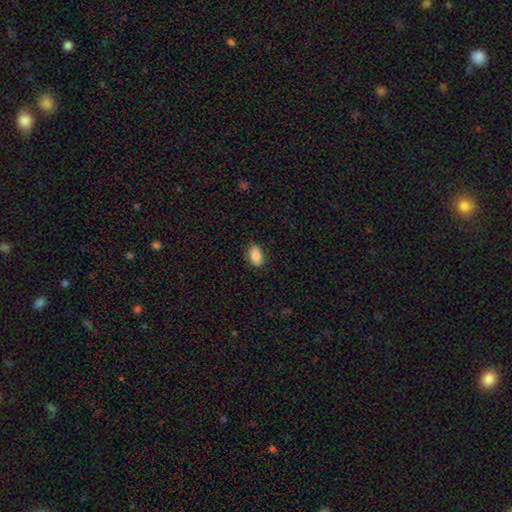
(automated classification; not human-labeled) A smooth galaxy with no disk features (83%) that is in between round and cigar-shaped (88%).

Vote fractions:
- Smooth or featured? smooth: 83% / featured or disk: 9% / star or artifact: 7%
- How rounded? in between: 88% / round: 9% / cigar-shaped: 3%
- Merging? none: 85% / minor disturbance: 12% / major disturbance: 2% / merger: 1%